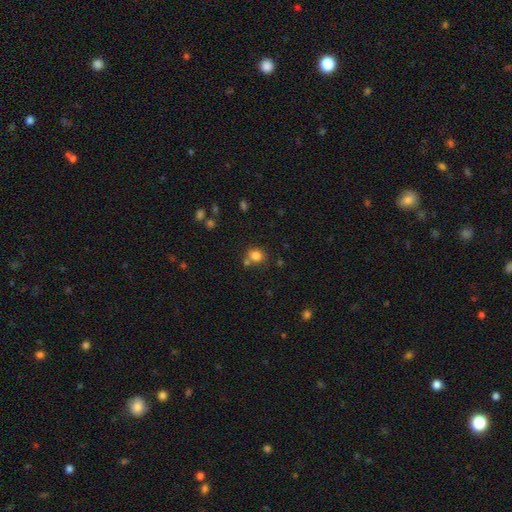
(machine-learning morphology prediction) smooth_or_featured: smooth (p=0.82) [alt: star or artifact p=0.12]
how_rounded: round (p=0.73) [alt: in between p=0.26]
merging: none (p=0.67) [alt: merger p=0.18]